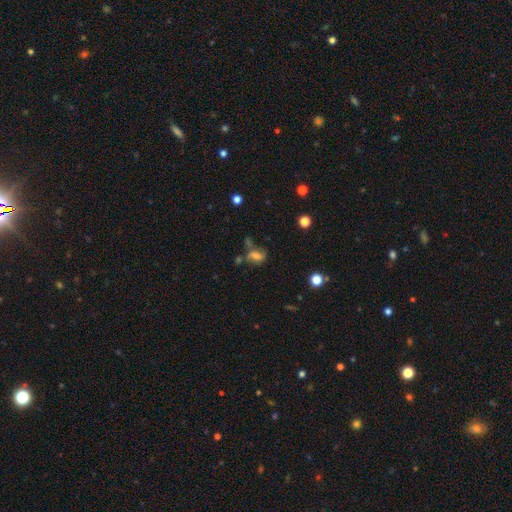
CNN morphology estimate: The model was most divided on "merging": none: 40%, minor disturbance: 23%, major disturbance: 19%, merger: 18%. More confident: how rounded — in between (74%); smooth or featured — smooth (53%).